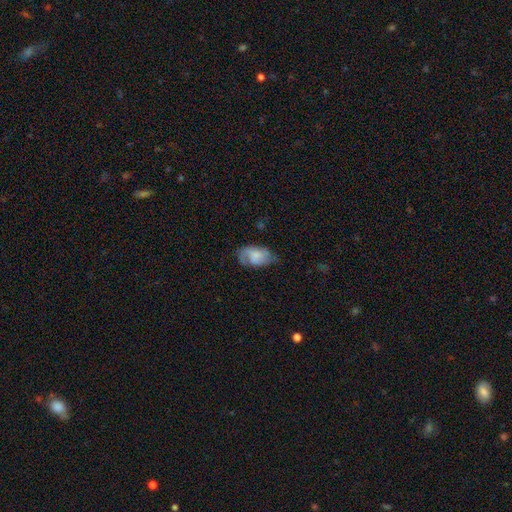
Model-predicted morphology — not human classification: Q: Smooth or featured?
A: smooth (47%); runner-up: featured or disk (45%)
Q: Merging?
A: none (50%); runner-up: minor disturbance (30%)